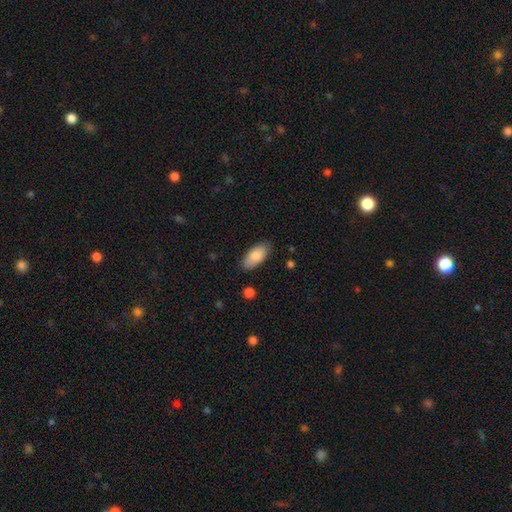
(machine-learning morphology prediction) Smooth or featured: smooth — 85% (featured or disk — 9%)
How rounded: in between — 93% (cigar-shaped — 5%)
Merging: none — 83% (minor disturbance — 13%)